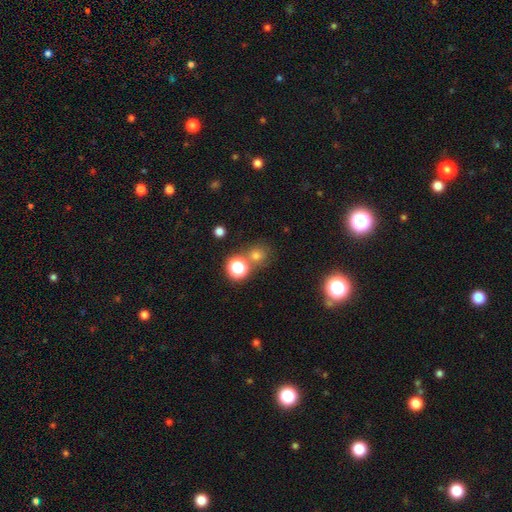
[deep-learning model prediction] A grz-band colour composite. It shows a smooth galaxy with no disk features (65%) that is round (88%). Merging: none (70%).